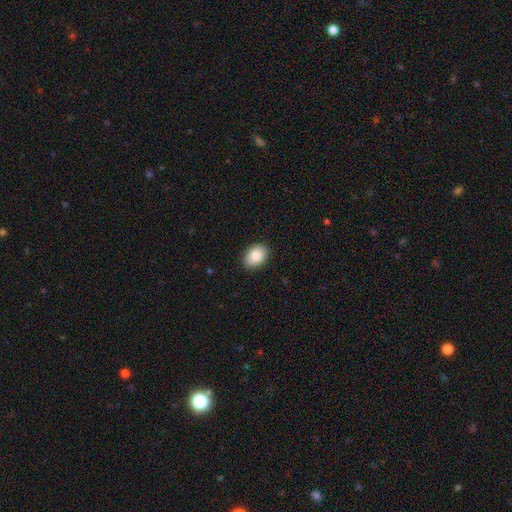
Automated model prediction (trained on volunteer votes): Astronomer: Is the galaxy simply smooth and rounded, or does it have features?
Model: smooth — 87%.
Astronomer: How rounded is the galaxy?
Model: in between — 79%.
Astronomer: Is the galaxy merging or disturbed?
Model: none — 88%.